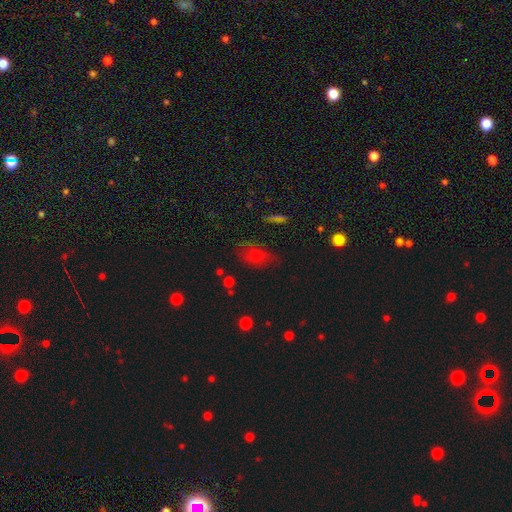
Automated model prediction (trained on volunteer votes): This appears to be a smooth galaxy with no disk features (61%) that is in between round and cigar-shaped (79%). Merging: none (57%).